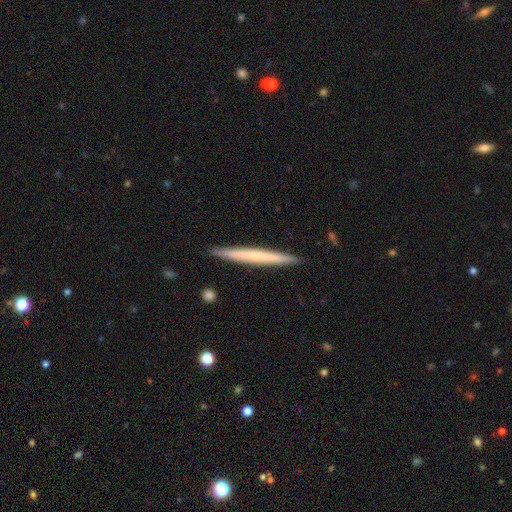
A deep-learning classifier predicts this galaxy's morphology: Smooth or featured?
  - smooth: 51% *
  - featured or disk: 43%
  - star or artifact: 5%
How rounded?
  - cigar-shaped: 97% *
  - in between: 2%
  - round: 1%
Merging?
  - none: 92% *
  - minor disturbance: 6%
  - major disturbance: 1%
  - merger: 1%